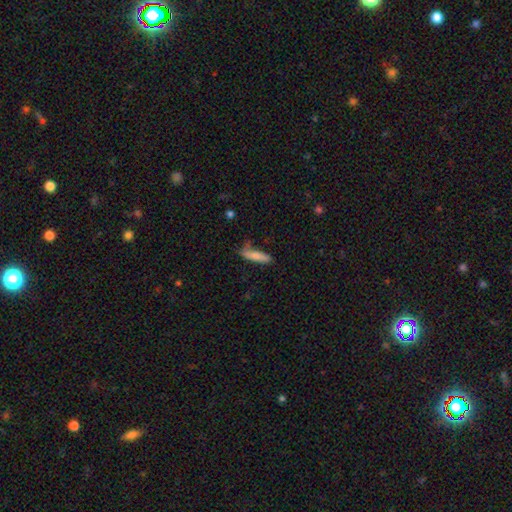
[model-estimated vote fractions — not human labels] The model was most divided on "merging": none: 58%, minor disturbance: 28%, major disturbance: 9%, merger: 5%. More confident: smooth or featured — smooth (79%); how rounded — cigar-shaped (73%).